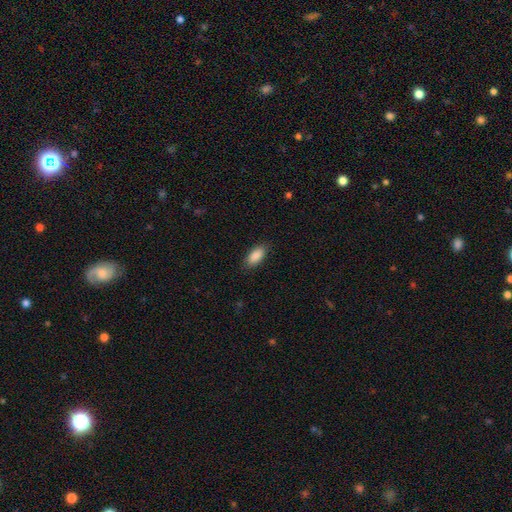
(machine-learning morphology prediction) Smooth or featured? smooth (89%)
How rounded? in between (90%)
Merging? none (86%)